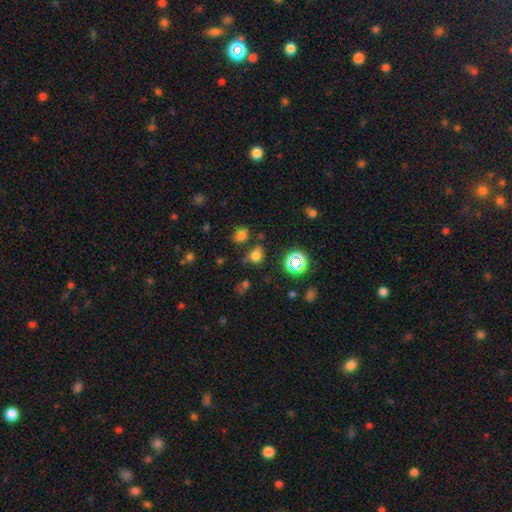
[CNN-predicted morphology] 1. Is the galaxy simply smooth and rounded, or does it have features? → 67% smooth, 26% star or artifact, 7% featured or disk.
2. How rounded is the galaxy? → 63% round, 35% in between, 1% cigar-shaped.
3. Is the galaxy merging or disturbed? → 70% none, 15% minor disturbance, 9% merger, 6% major disturbance.